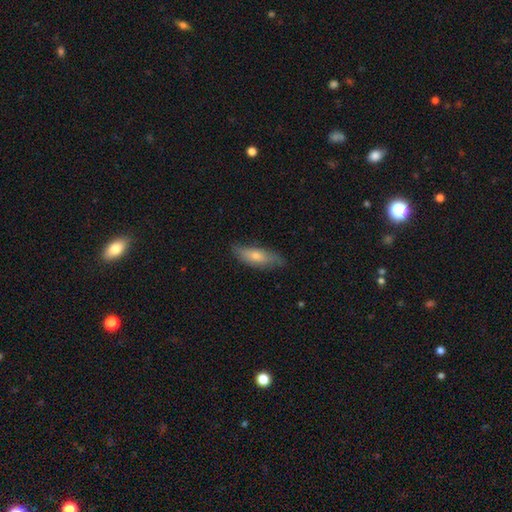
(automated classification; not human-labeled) This is possibly a smooth galaxy (58%). How rounded: possibly in between (52%). Merging: likely none (76%).